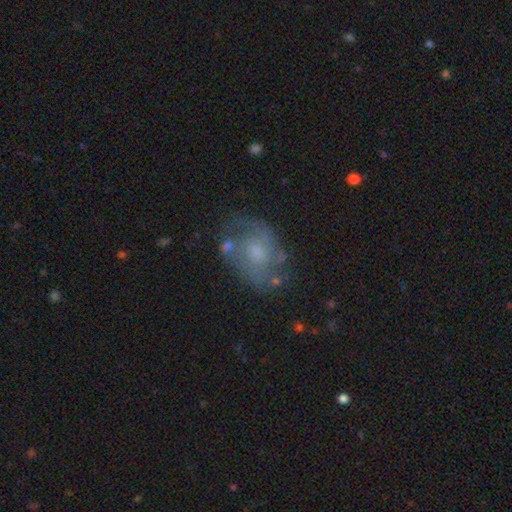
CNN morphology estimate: Smooth or featured? Predicted: featured or disk (p=0.63). Edge-on disk? Predicted: no (p=0.96). Bar? Predicted: no (p=0.69). Spiral arms? Predicted: yes (p=0.74). Bulge size? Predicted: moderate (p=0.45). Merging? Predicted: none (p=0.65).